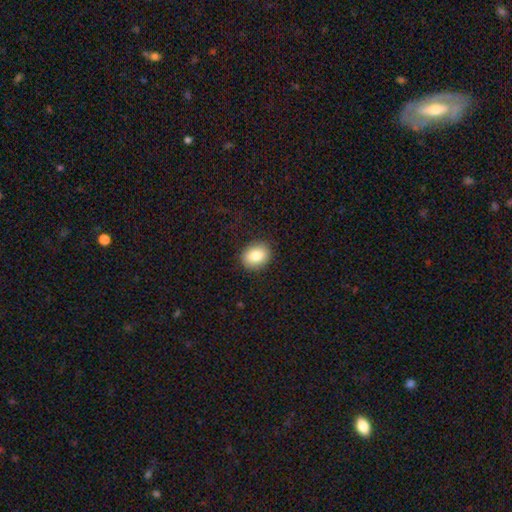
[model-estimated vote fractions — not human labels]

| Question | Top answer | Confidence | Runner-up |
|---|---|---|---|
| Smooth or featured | smooth | 82% | featured or disk (10%) |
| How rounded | round | 51% | in between (48%) |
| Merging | none | 88% | minor disturbance (9%) |